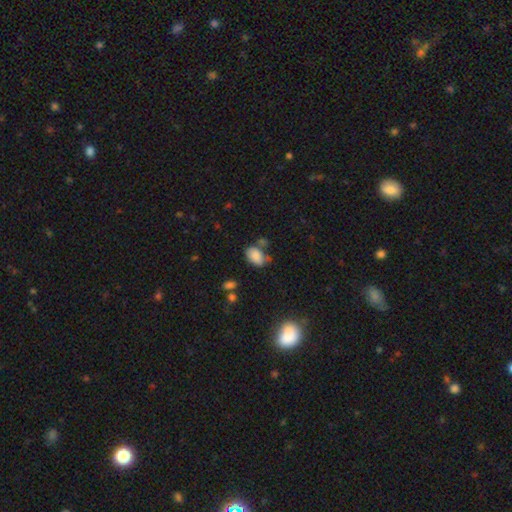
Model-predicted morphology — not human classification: Smooth or featured? Predicted: smooth (p=0.83). How rounded? Predicted: in between (p=0.87). Merging? Predicted: none (p=0.50).